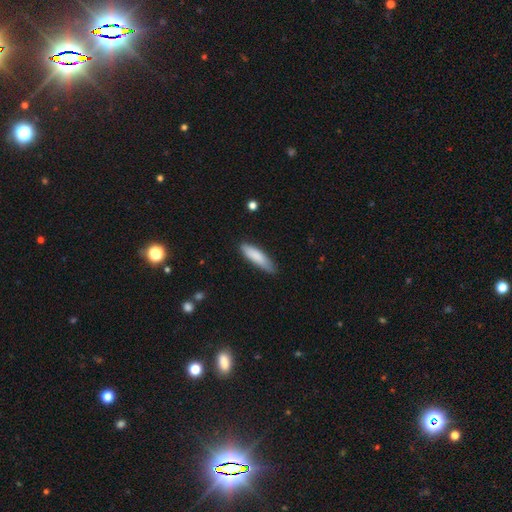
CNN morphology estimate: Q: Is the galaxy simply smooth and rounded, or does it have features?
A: smooth — 84%.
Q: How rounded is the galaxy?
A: cigar-shaped — 67%.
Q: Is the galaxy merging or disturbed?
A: none — 73%.